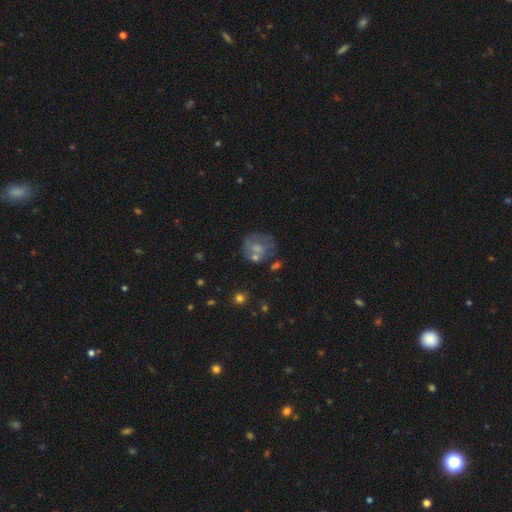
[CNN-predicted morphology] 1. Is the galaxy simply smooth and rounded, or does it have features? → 42% smooth, 41% featured or disk, 18% star or artifact.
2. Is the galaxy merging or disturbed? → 56% none, 20% minor disturbance, 13% merger, 12% major disturbance.